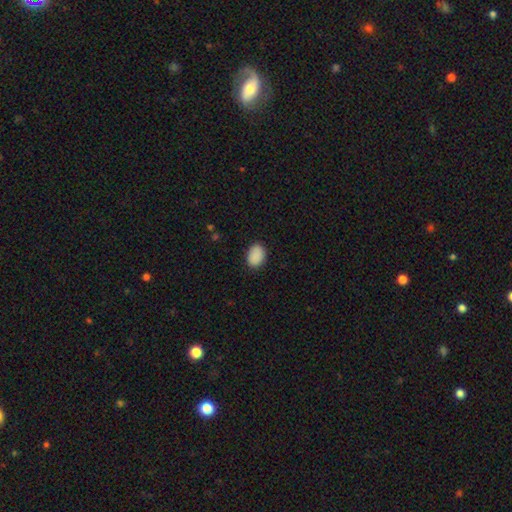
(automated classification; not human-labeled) Smooth or featured: smooth — 89% (star or artifact — 8%)
How rounded: in between — 79% (round — 20%)
Merging: none — 86% (minor disturbance — 11%)